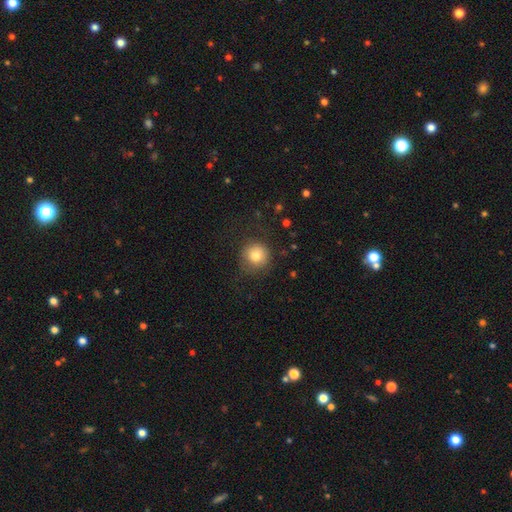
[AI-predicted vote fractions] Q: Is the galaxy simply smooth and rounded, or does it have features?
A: smooth — 79%.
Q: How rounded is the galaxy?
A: round — 92%.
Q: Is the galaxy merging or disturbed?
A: none — 77%.